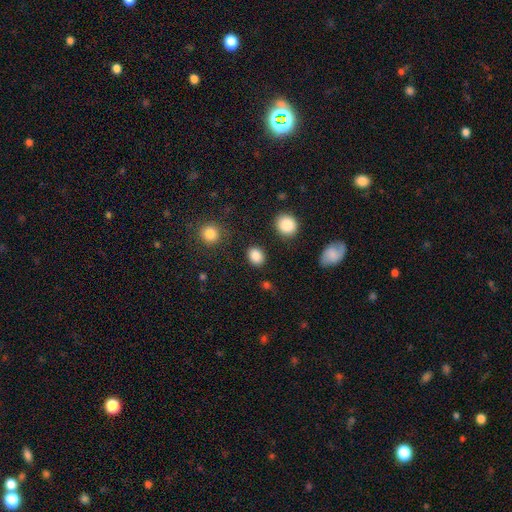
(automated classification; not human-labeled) Overall: smooth (86%). How rounded: in between (52%; round 47%). Merging: none (87%).